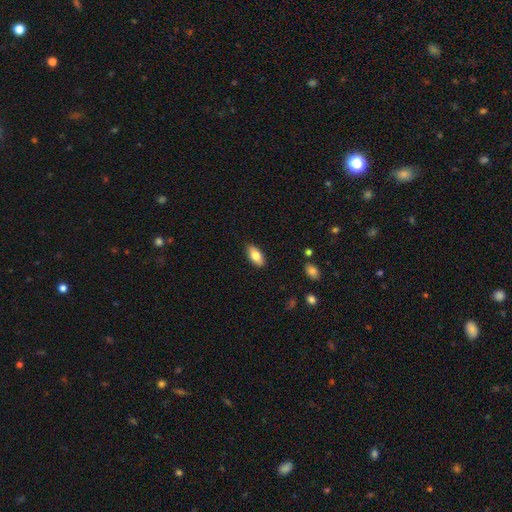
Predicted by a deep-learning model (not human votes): Overall: smooth (79%). How rounded: in between (86%). Merging: none (87%).